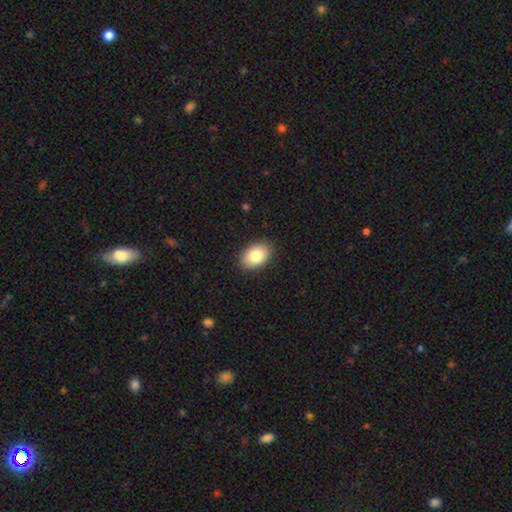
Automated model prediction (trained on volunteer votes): Q: Smooth or featured?
A: smooth (83%); runner-up: featured or disk (9%)
Q: How rounded?
A: in between (83%); runner-up: round (16%)
Q: Merging?
A: none (89%); runner-up: minor disturbance (8%)